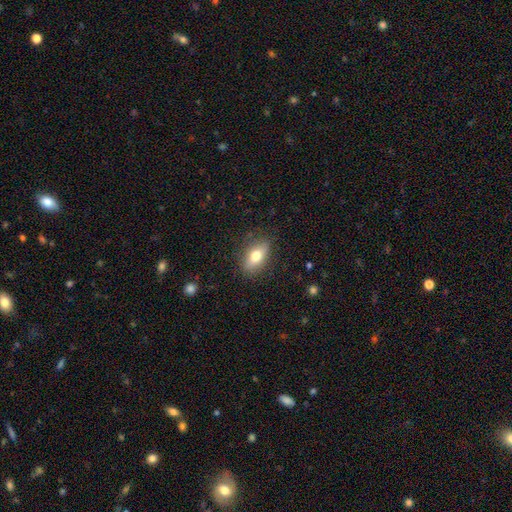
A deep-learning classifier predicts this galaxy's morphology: Smooth or featured? Predicted: smooth (p=0.70). How rounded? Predicted: in between (p=0.82). Merging? Predicted: none (p=0.84).